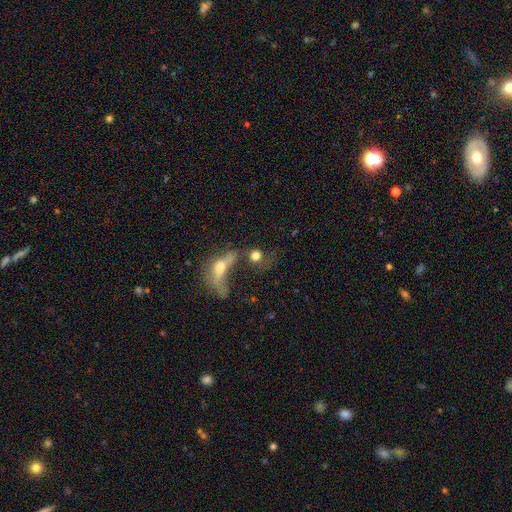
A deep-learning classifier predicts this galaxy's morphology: smooth-or-featured: smooth: 66% | featured or disk: 21% | star or artifact: 13%
  how-rounded: round: 64% | in between: 30% | cigar-shaped: 6%
  merging: merger: 47% | none: 26% | major disturbance: 18% | minor disturbance: 10%